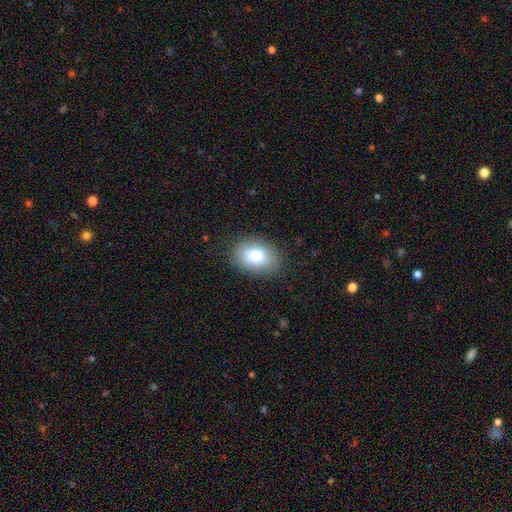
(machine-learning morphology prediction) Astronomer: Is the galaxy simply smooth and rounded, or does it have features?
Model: smooth — 81%.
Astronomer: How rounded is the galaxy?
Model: in between — 81%.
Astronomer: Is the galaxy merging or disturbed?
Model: none — 85%.